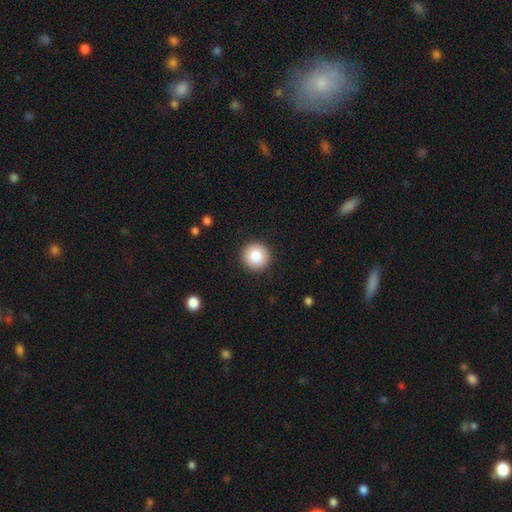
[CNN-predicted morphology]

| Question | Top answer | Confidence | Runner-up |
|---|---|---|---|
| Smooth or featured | smooth | 84% | star or artifact (8%) |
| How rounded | round | 95% | in between (4%) |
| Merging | none | 92% | minor disturbance (5%) |